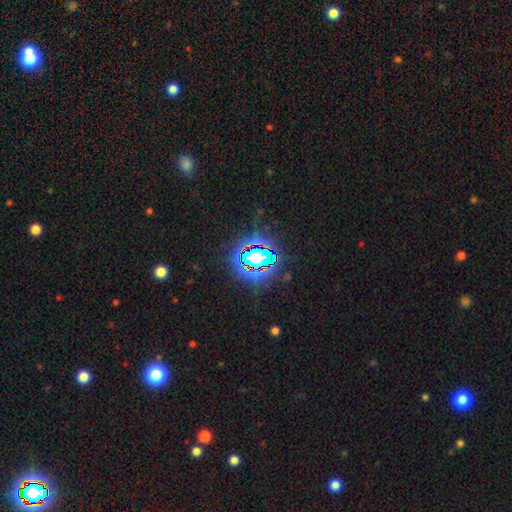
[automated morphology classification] smooth-or-featured: star or artifact: 80% | smooth: 12% | featured or disk: 8%